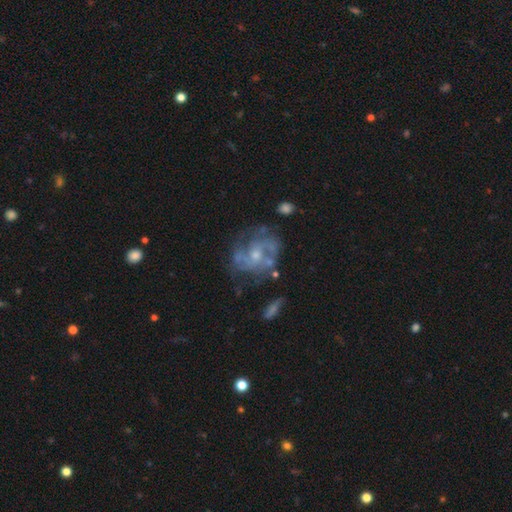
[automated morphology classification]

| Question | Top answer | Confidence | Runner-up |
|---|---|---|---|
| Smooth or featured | featured or disk | 80% | smooth (12%) |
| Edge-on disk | no | 97% | yes (3%) |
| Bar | no | 68% | weak (27%) |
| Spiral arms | yes | 80% | no (20%) |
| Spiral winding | medium | 46% | tight (33%) |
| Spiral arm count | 2 | 40% | can't tell (31%) |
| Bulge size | small | 50% | moderate (43%) |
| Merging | none | 57% | minor disturbance (21%) |